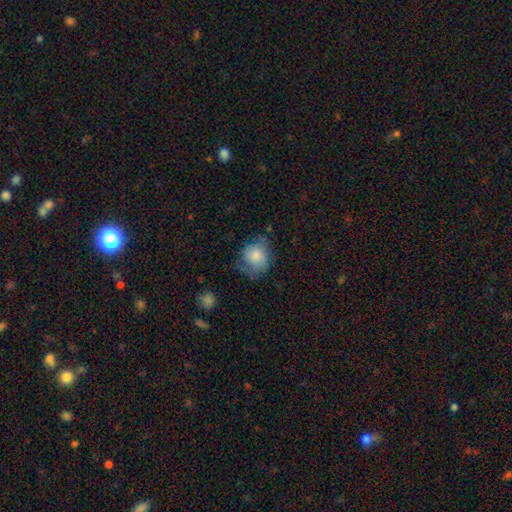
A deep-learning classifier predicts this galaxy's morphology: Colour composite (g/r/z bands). It shows a smooth galaxy with no disk features (76%) that is round (71%). Merging: none (47%).